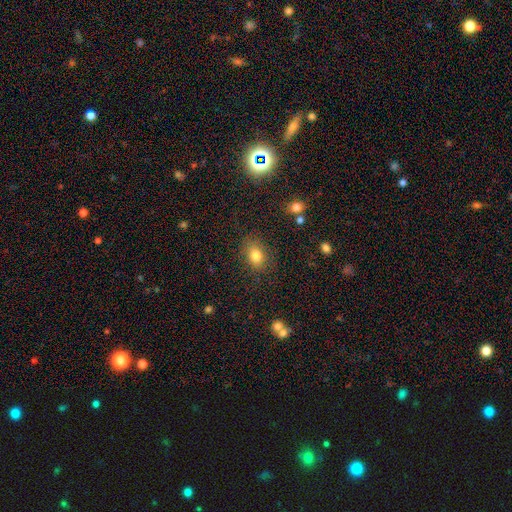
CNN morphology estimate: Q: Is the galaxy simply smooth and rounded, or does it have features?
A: smooth — 80%.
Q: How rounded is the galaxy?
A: in between — 67%.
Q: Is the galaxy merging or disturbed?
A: none — 81%.